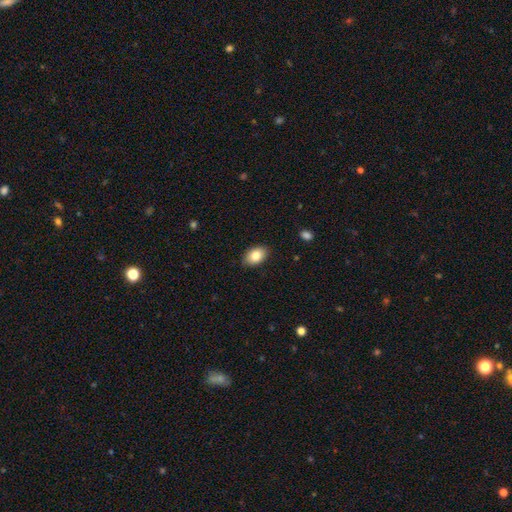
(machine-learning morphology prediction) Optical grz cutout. It shows a smooth galaxy with no disk features (84%) that is in between round and cigar-shaped (87%). Merging: none (87%).